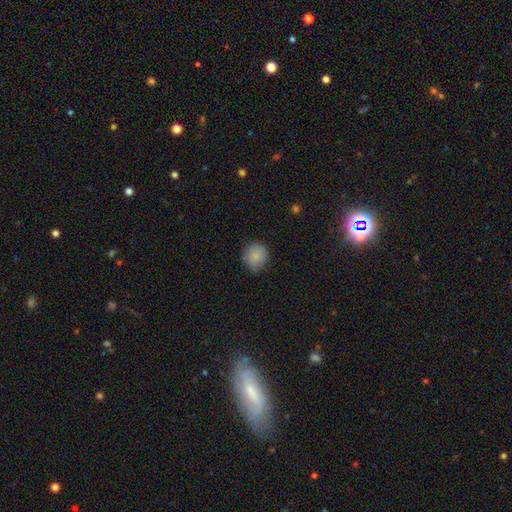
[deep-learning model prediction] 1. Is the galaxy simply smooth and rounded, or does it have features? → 85% smooth, 9% star or artifact, 6% featured or disk.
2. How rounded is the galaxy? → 86% round, 13% in between, 1% cigar-shaped.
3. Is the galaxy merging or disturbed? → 74% none, 21% minor disturbance, 3% major disturbance, 1% merger.